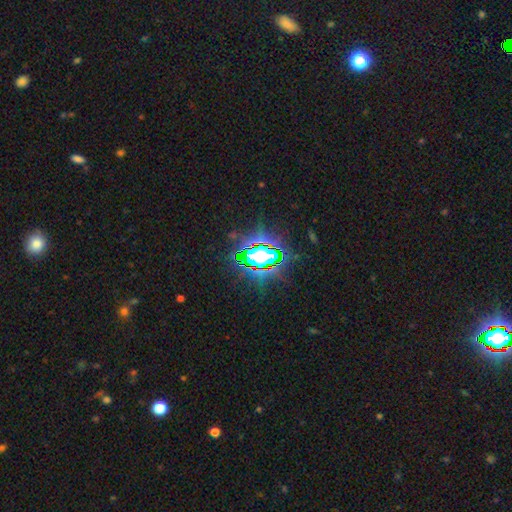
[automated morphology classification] Smooth or featured? star or artifact (81%)